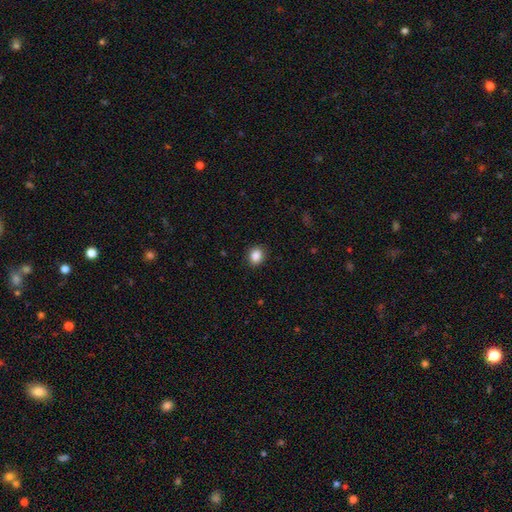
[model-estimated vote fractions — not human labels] Smooth or featured? smooth (87%)
How rounded? round (59%)
Merging? none (89%)